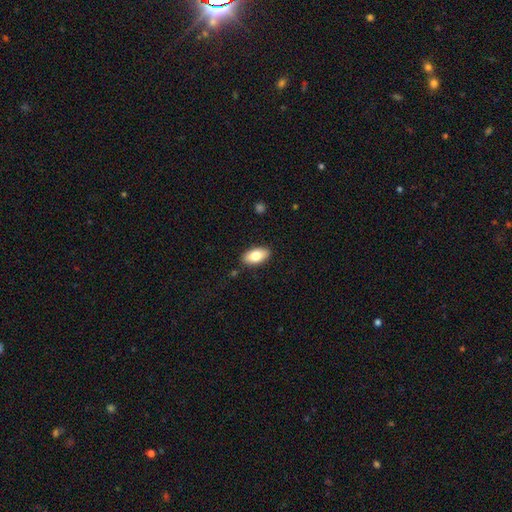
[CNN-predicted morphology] Overall: smooth (78%). How rounded: in between (92%). Merging: none (88%).